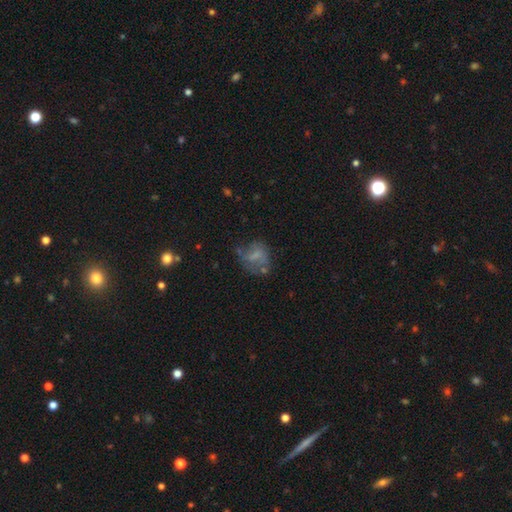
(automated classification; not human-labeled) Smooth or featured?
  - smooth: 47% *
  - featured or disk: 39%
  - star or artifact: 14%
Merging?
  - none: 43% *
  - major disturbance: 25%
  - minor disturbance: 24%
  - merger: 8%